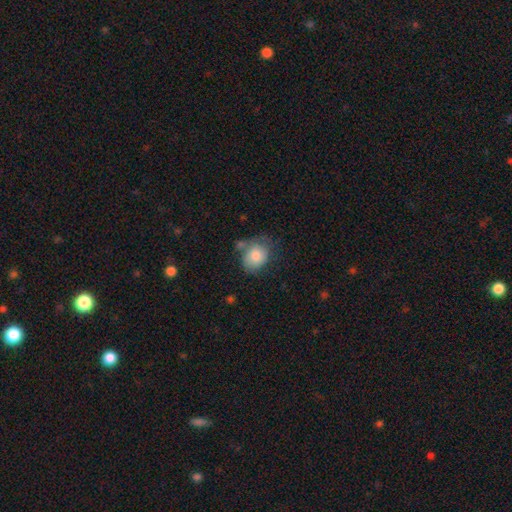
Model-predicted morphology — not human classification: smooth-or-featured: smooth: 79% | featured or disk: 13% | star or artifact: 8%
  how-rounded: round: 50% | in between: 49% | cigar-shaped: 1%
  merging: none: 51% | minor disturbance: 28% | merger: 11% | major disturbance: 10%